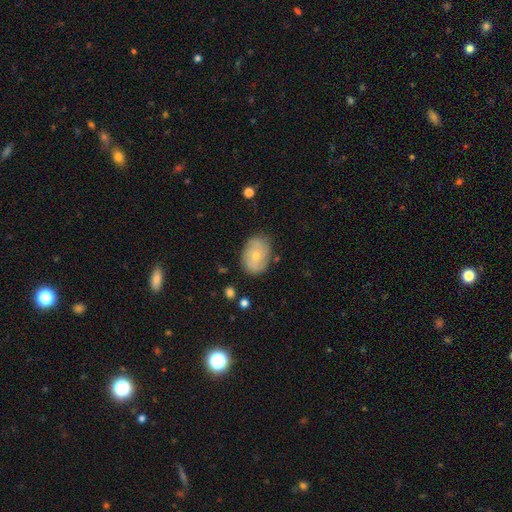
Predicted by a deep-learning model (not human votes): A smooth galaxy with no disk features (53%) that is in between round and cigar-shaped (74%).

Vote fractions:
- Smooth or featured? smooth: 53% / featured or disk: 39% / star or artifact: 7%
- How rounded? in between: 74% / round: 25% / cigar-shaped: 1%
- Merging? none: 77% / minor disturbance: 17% / major disturbance: 4% / merger: 2%